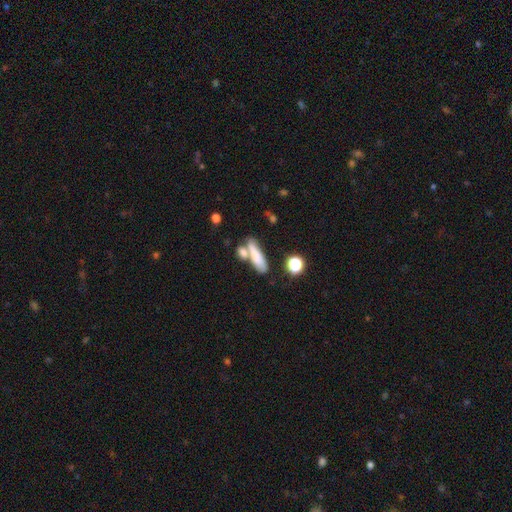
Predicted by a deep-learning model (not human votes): smooth-or-featured: smooth: 74% | featured or disk: 16% | star or artifact: 9%
  how-rounded: cigar-shaped: 52% | in between: 43% | round: 6%
  merging: none: 48% | merger: 33% | minor disturbance: 14% | major disturbance: 6%